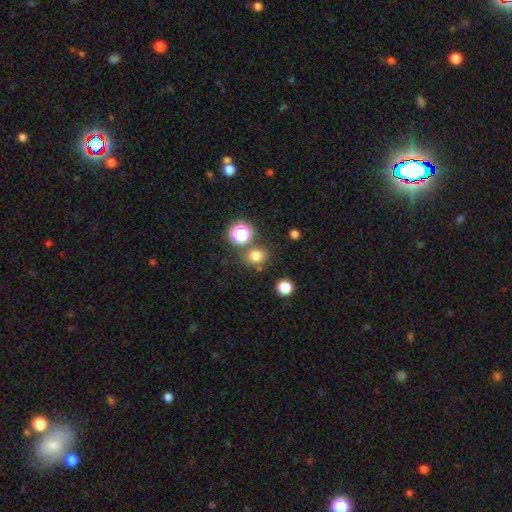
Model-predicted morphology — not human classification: smooth-or-featured: smooth: 75% | star or artifact: 19% | featured or disk: 6%
  how-rounded: round: 74% | in between: 25% | cigar-shaped: 1%
  merging: none: 76% | merger: 11% | minor disturbance: 10% | major disturbance: 4%